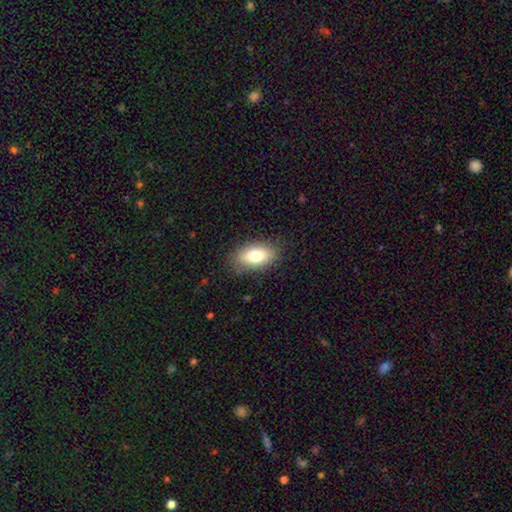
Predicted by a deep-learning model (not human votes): A smooth galaxy with no disk features (76%) that is in between round and cigar-shaped (88%). Merging: none (84%).